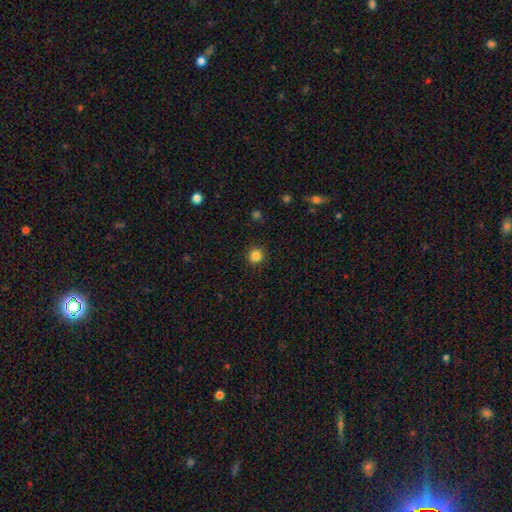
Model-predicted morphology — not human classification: This appears to be a smooth galaxy with no disk features (84%) that is round (92%). Merging: none (91%).